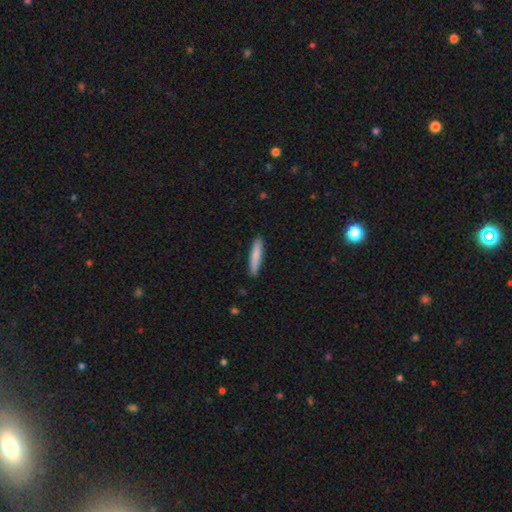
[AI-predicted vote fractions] smooth 82%, featured or disk 12%, star or artifact 6%. Down the decision tree: how rounded — cigar-shaped (88%); merging — none (89%).